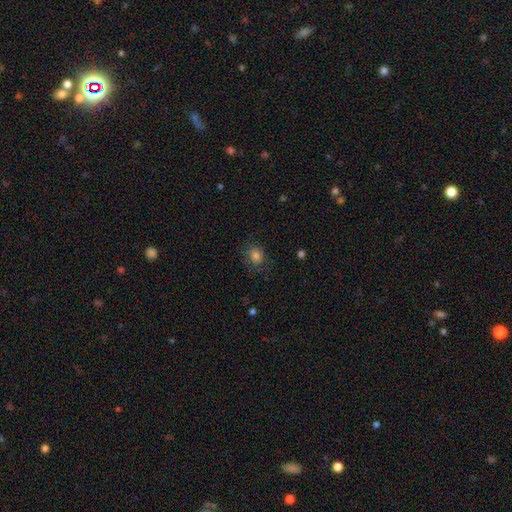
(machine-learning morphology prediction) Overall: smooth (77%). How rounded: round (70%). Merging: none (72%).